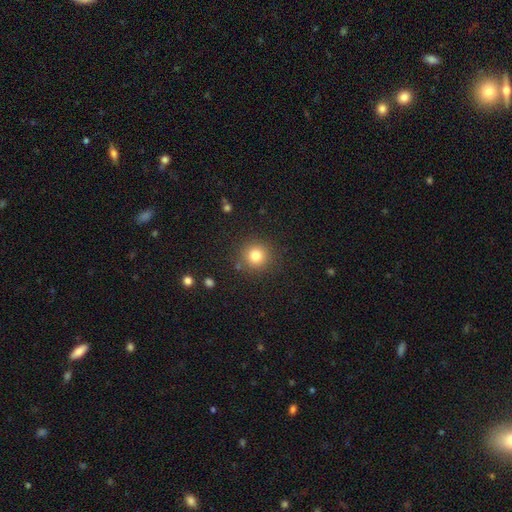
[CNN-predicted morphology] A smooth galaxy with no disk features (81%) that is round (94%).

Vote fractions:
- Smooth or featured? smooth: 81% / star or artifact: 13% / featured or disk: 7%
- How rounded? round: 94% / in between: 5% / cigar-shaped: 1%
- Merging? none: 88% / minor disturbance: 7% / major disturbance: 3% / merger: 2%